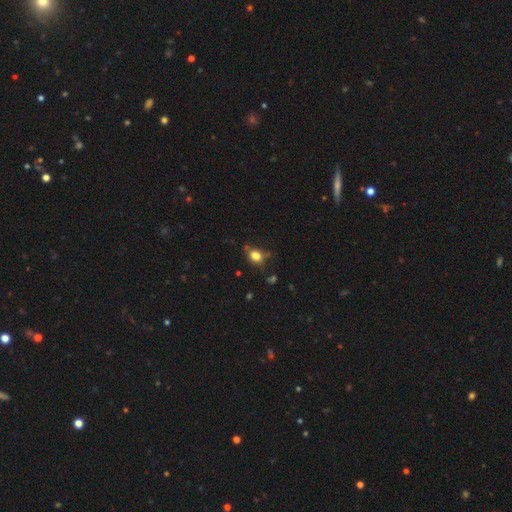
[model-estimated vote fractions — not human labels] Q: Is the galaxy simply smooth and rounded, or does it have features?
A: smooth — 78%.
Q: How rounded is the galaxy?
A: in between — 51%.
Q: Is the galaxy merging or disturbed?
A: none — 68%.